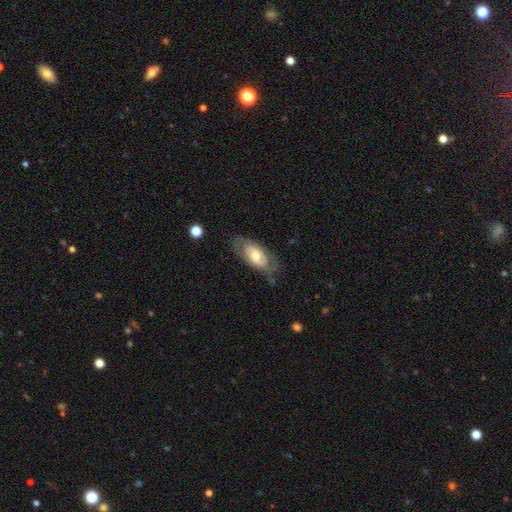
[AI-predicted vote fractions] smooth_or_featured: featured or disk (p=0.57) [alt: smooth p=0.38]
disk_edge_on: no (p=0.88) [alt: yes p=0.12]
merging: none (p=0.66) [alt: minor disturbance p=0.22]